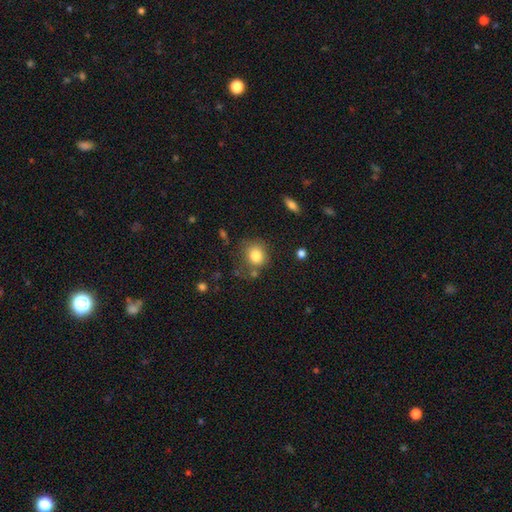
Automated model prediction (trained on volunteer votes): Smooth or featured? Predicted: smooth (p=0.83). How rounded? Predicted: round (p=0.78). Merging? Predicted: none (p=0.69).